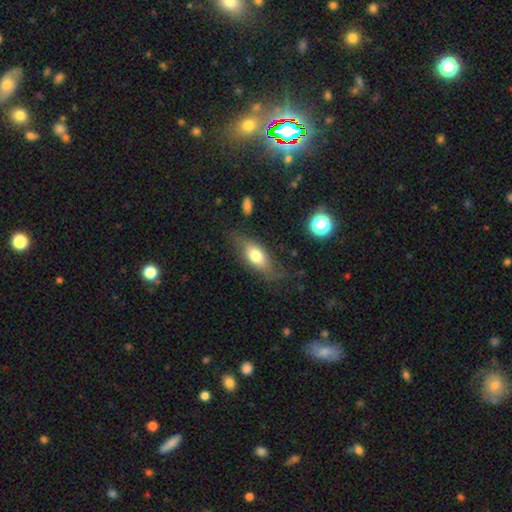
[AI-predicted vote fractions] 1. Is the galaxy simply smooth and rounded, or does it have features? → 65% smooth, 28% featured or disk, 8% star or artifact.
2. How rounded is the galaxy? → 77% in between, 18% cigar-shaped, 5% round.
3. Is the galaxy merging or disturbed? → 68% none, 21% minor disturbance, 9% major disturbance, 2% merger.